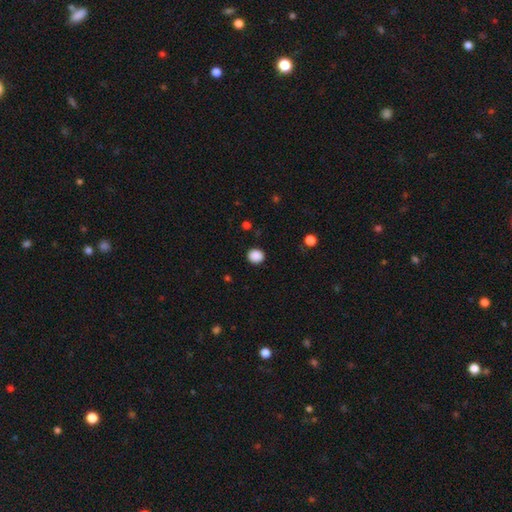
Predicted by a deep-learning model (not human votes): Smooth or featured: smooth — 88% (star or artifact — 9%)
How rounded: round — 83% (in between — 16%)
Merging: none — 90% (minor disturbance — 6%)